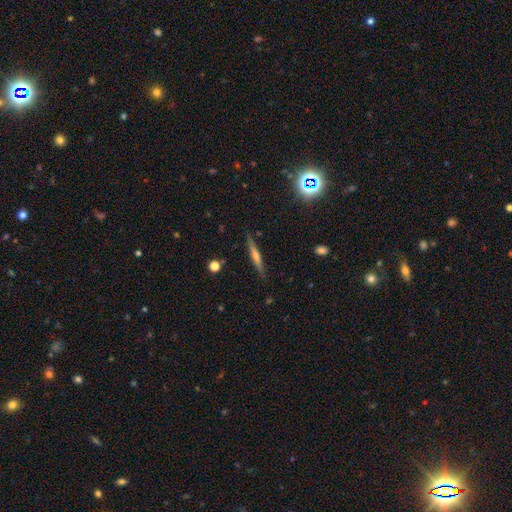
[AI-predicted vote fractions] smooth-or-featured: featured or disk: 62% | smooth: 28% | star or artifact: 10%
  disk-edge-on: yes: 97% | no: 3%
    edge-on-bulge: rounded: 71% | none: 20% | boxy: 10%
  merging: none: 89% | minor disturbance: 8% | major disturbance: 2% | merger: 1%